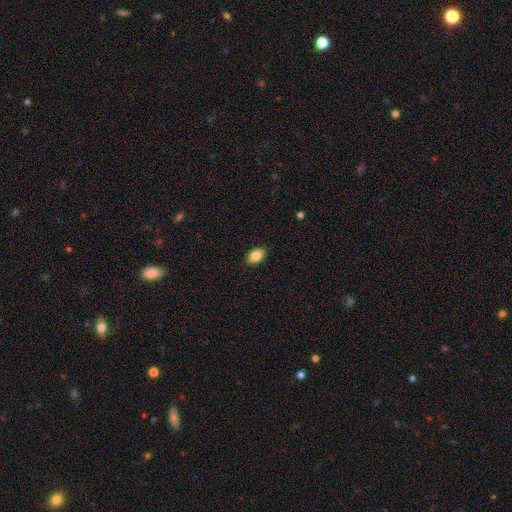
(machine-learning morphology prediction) Smooth or featured?
  - smooth: 84% *
  - featured or disk: 8%
  - star or artifact: 8%
How rounded?
  - in between: 88% *
  - round: 10%
  - cigar-shaped: 2%
Merging?
  - none: 89% *
  - minor disturbance: 9%
  - major disturbance: 2%
  - merger: 1%